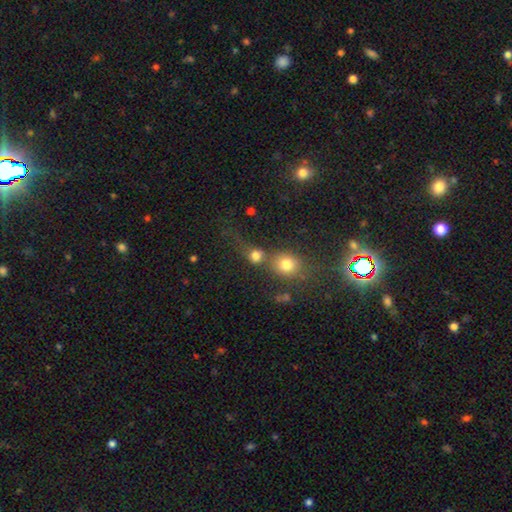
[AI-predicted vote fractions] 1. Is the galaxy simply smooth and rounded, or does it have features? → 76% smooth, 14% star or artifact, 9% featured or disk.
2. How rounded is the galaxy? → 81% round, 17% in between, 2% cigar-shaped.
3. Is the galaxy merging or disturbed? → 46% merger, 37% none, 9% minor disturbance, 8% major disturbance.